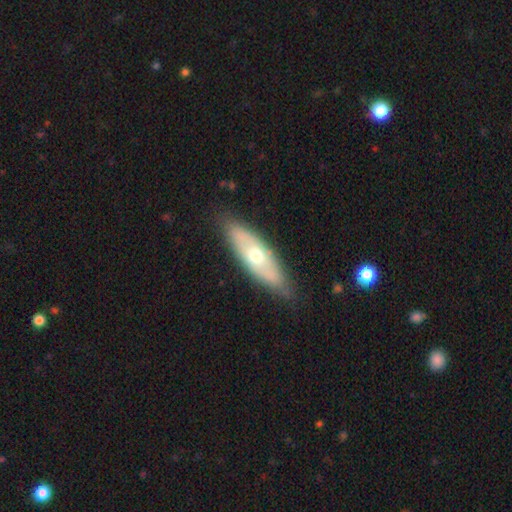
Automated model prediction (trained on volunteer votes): Q: Smooth or featured?
A: featured or disk (49%); runner-up: smooth (46%)
Q: Merging?
A: none (82%); runner-up: minor disturbance (14%)